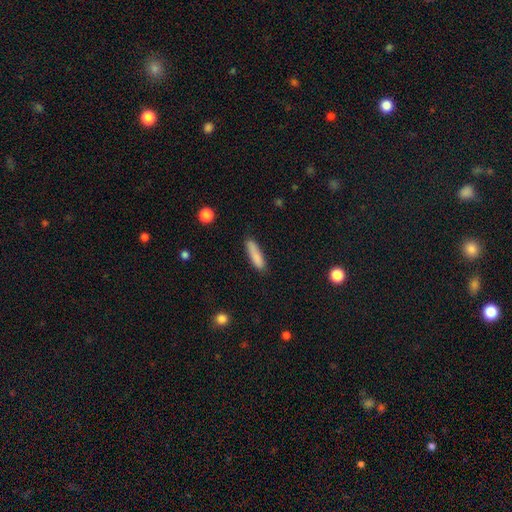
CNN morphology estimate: A smooth galaxy with no disk features (85%) that is cigar-shaped (78%). Merging: none (81%).